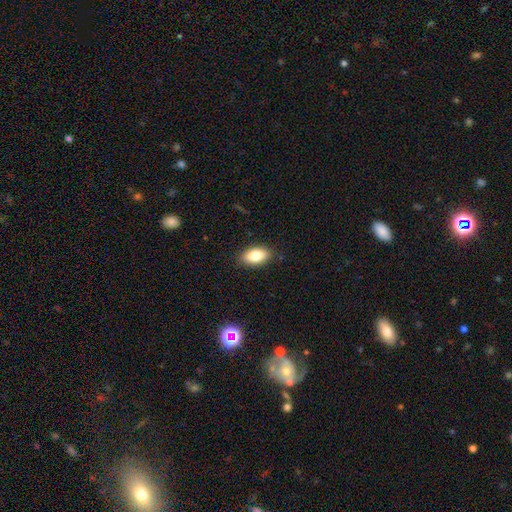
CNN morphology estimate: The model was most divided on "smooth or featured": smooth: 81%, featured or disk: 11%, star or artifact: 8%. More confident: how rounded — in between (91%); merging — none (87%).